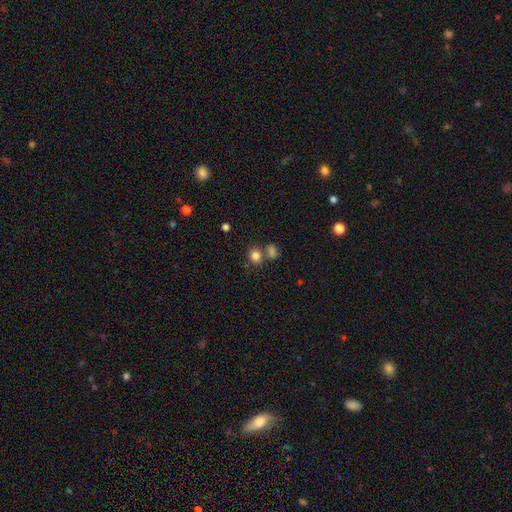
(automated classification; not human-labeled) A smooth galaxy with no disk features (82%) that is round (77%).

Vote fractions:
- Smooth or featured? smooth: 82% / star or artifact: 12% / featured or disk: 6%
- How rounded? round: 77% / in between: 22% / cigar-shaped: 1%
- Merging? none: 59% / merger: 28% / minor disturbance: 9% / major disturbance: 4%